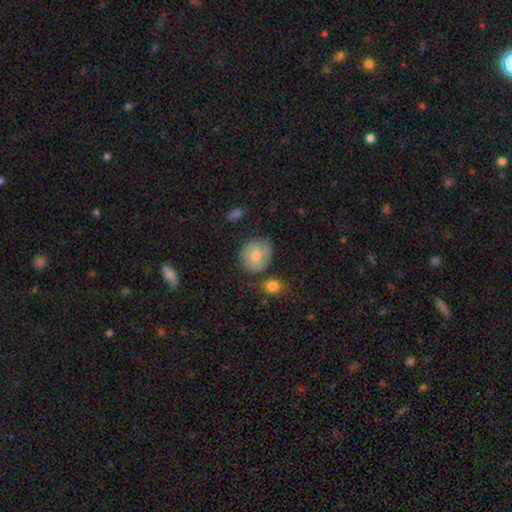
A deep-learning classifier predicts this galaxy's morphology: This is likely a smooth galaxy (66%). How rounded: clearly round (82%). Merging: likely none (64%).